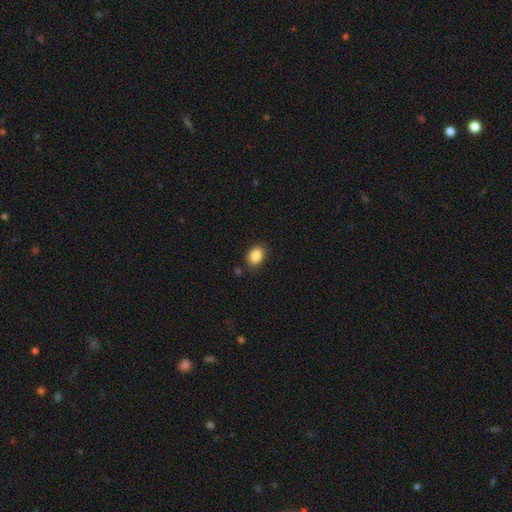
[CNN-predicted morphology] This appears to be a smooth galaxy with no disk features (87%) that is in between round and cigar-shaped (68%). Merging: none (84%).